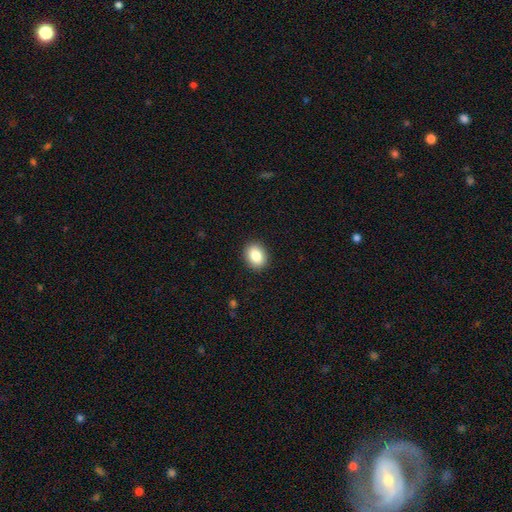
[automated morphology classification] This is clearly a smooth galaxy (86%). How rounded: possibly in between (59%). Merging: clearly none (91%).